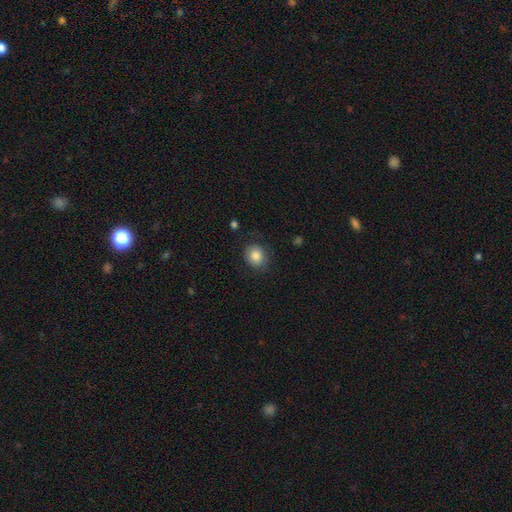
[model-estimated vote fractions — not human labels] Smooth or featured?
  - smooth: 85% *
  - star or artifact: 8%
  - featured or disk: 7%
How rounded?
  - round: 68% *
  - in between: 31%
  - cigar-shaped: 1%
Merging?
  - none: 81% *
  - minor disturbance: 14%
  - major disturbance: 4%
  - merger: 1%